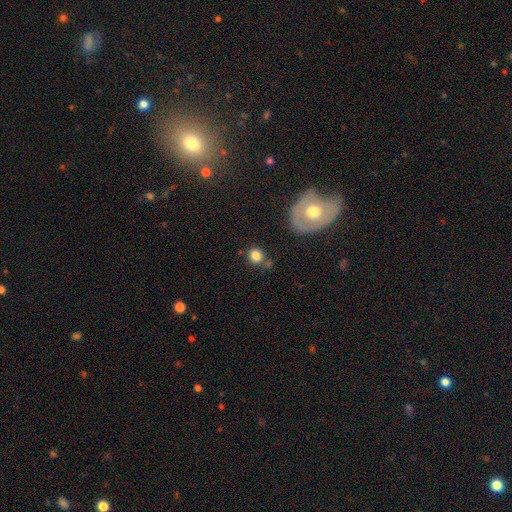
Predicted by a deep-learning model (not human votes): Morphology: type=smooth (81%); roundness=round (76%); merging=none (65%).